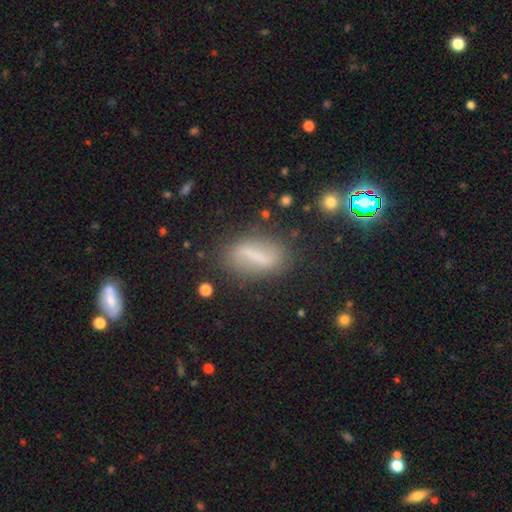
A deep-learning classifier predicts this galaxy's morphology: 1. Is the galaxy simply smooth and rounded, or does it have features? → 45% featured or disk, 43% smooth, 12% star or artifact.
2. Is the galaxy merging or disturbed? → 73% none, 16% minor disturbance, 7% major disturbance, 4% merger.